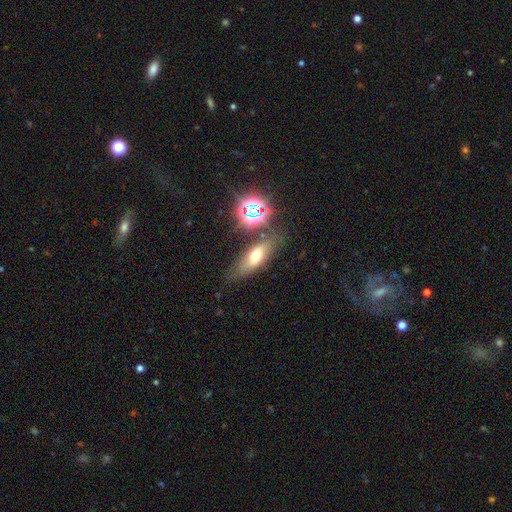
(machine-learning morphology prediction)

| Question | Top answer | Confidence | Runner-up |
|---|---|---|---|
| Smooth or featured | smooth | 55% | featured or disk (26%) |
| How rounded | in between | 61% | cigar-shaped (32%) |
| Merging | none | 73% | minor disturbance (15%) |